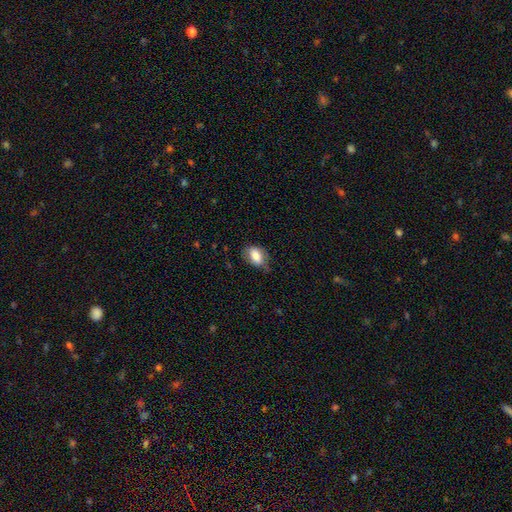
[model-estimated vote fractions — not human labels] Smooth or featured?
  - smooth: 79% *
  - featured or disk: 14%
  - star or artifact: 7%
How rounded?
  - in between: 84% *
  - round: 14%
  - cigar-shaped: 2%
Merging?
  - none: 57% *
  - minor disturbance: 31%
  - major disturbance: 10%
  - merger: 1%